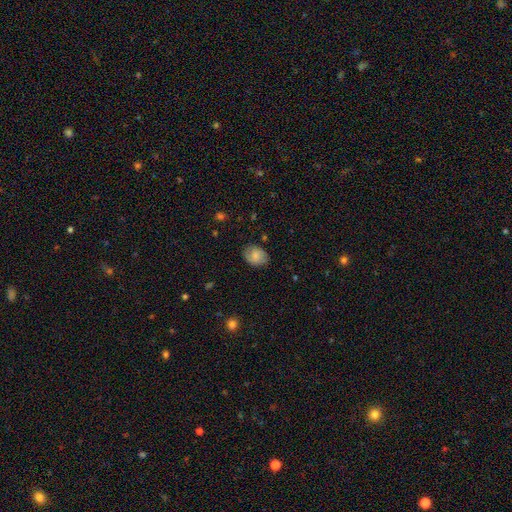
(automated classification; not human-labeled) smooth_or_featured: smooth (p=0.71) [alt: featured or disk p=0.21]
how_rounded: in between (p=0.65) [alt: round p=0.34]
merging: none (p=0.75) [alt: minor disturbance p=0.19]